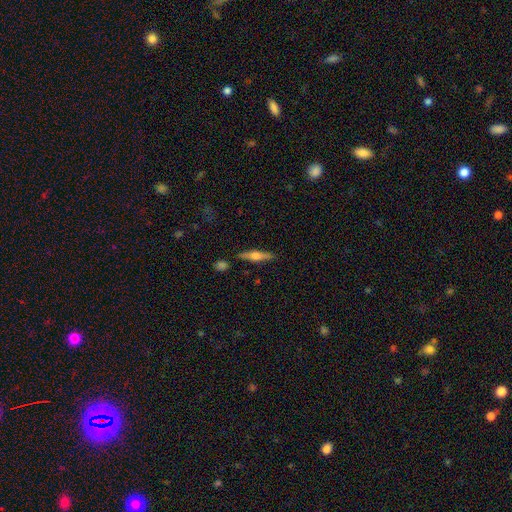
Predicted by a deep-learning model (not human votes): Overall: featured or disk (58%; smooth 35%). Edge-on disk: yes (96%). Edge-on bulge: rounded (85%). Merging: none (86%).